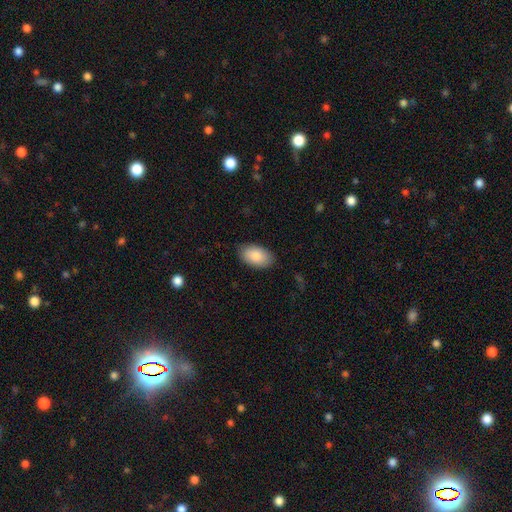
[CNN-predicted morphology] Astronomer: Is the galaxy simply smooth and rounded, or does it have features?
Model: smooth — 87%.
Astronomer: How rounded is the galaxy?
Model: in between — 95%.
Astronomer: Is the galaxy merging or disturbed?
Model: none — 86%.